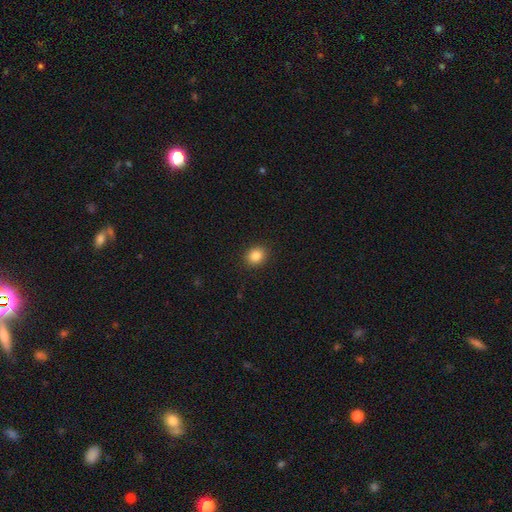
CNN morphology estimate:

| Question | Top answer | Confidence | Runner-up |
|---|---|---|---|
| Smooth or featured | smooth | 85% | star or artifact (10%) |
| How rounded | round | 66% | in between (33%) |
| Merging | none | 90% | minor disturbance (7%) |